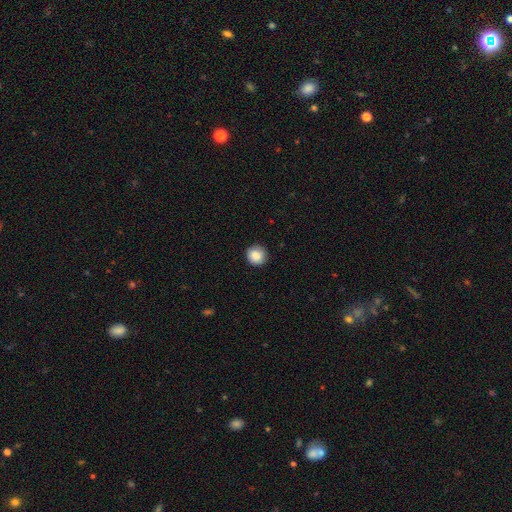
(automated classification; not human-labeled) The model was most divided on "smooth or featured": smooth: 87%, star or artifact: 8%, featured or disk: 5%. More confident: how rounded — round (93%); merging — none (89%).